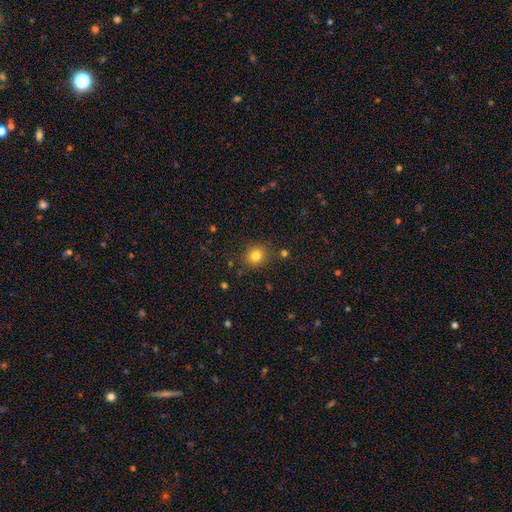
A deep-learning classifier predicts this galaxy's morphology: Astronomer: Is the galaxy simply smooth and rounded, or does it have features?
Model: smooth — 80%.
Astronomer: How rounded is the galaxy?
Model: round — 82%.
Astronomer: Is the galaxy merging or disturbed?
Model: none — 85%.